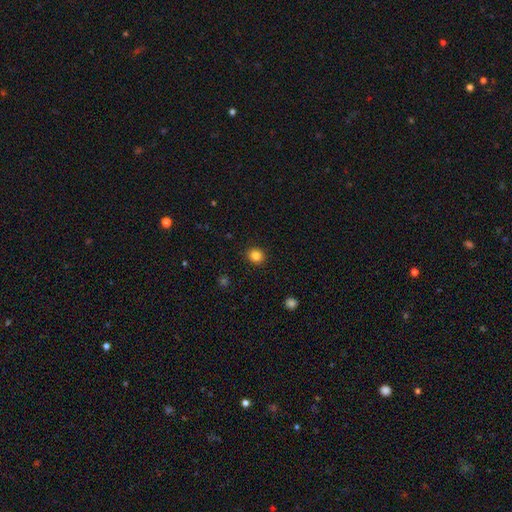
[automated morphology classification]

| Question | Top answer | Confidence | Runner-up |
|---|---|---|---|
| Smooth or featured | smooth | 84% | star or artifact (11%) |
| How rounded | round | 84% | in between (15%) |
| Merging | none | 91% | minor disturbance (6%) |